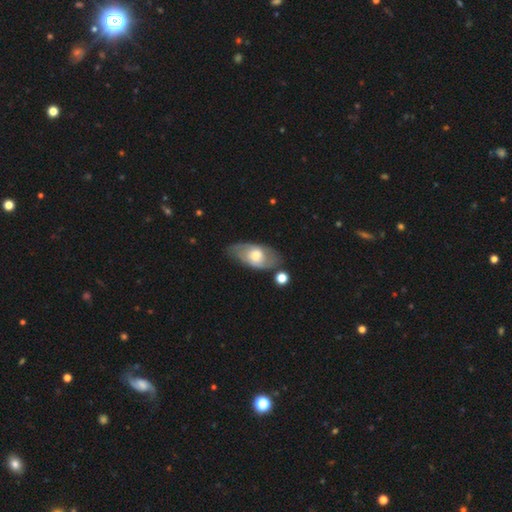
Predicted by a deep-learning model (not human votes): The model was most divided on "smooth or featured": featured or disk: 49%, smooth: 45%, star or artifact: 6%. More confident: merging — none (66%).